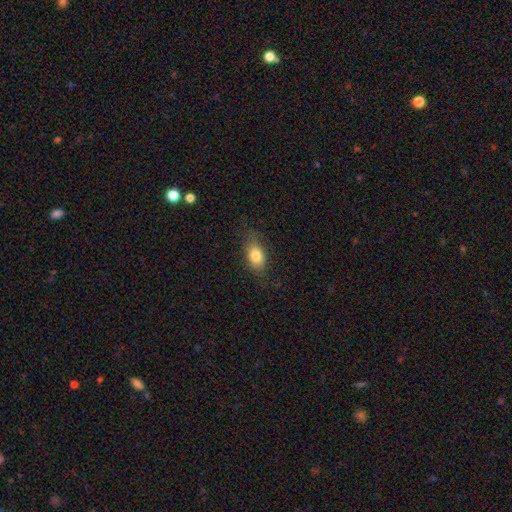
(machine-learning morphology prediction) Smooth or featured? Predicted: smooth (p=0.79). How rounded? Predicted: in between (p=0.84). Merging? Predicted: none (p=0.75).